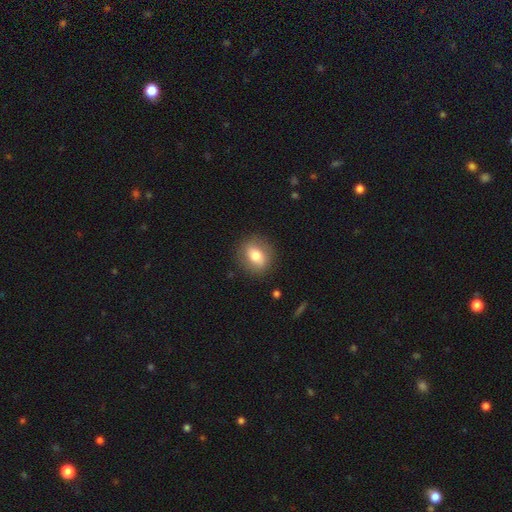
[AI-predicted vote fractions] Smooth or featured? Predicted: smooth (p=0.66). How rounded? Predicted: round (p=0.61). Merging? Predicted: none (p=0.85).